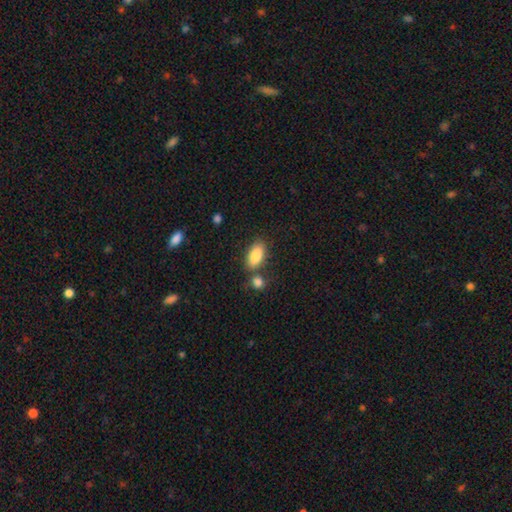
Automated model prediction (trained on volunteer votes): Q: Smooth or featured?
A: smooth (87%); runner-up: star or artifact (7%)
Q: How rounded?
A: in between (90%); runner-up: cigar-shaped (6%)
Q: Merging?
A: none (68%); runner-up: merger (16%)